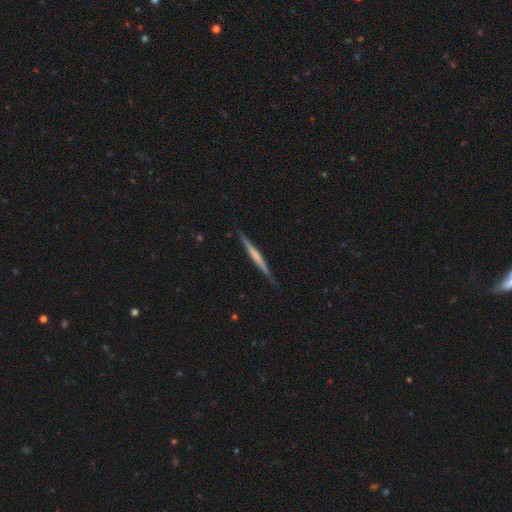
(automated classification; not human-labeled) Overall: featured or disk (62%; smooth 32%). Edge-on disk: yes (98%). Edge-on bulge: none (58%; rounded 26%). Merging: none (88%).